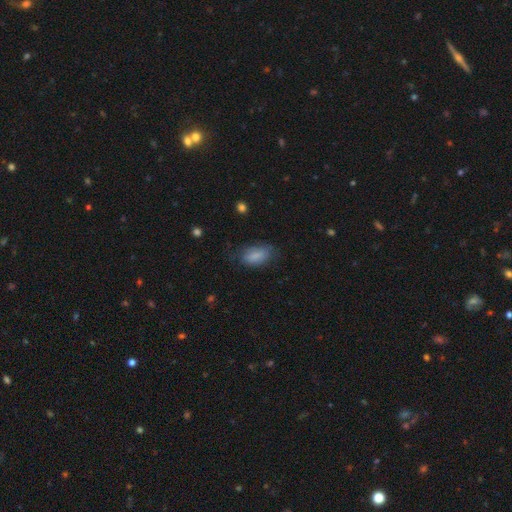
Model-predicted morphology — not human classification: A smooth galaxy with no disk features (82%) that is in between round and cigar-shaped (91%). Merging: none (63%).